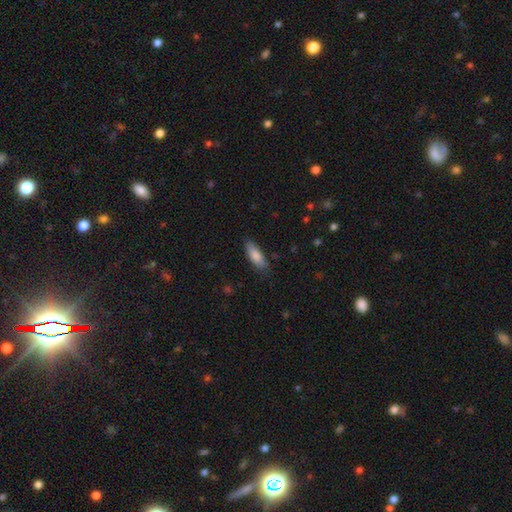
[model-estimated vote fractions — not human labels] Morphology: type=smooth (84%); roundness=in between (62%); merging=none (82%).